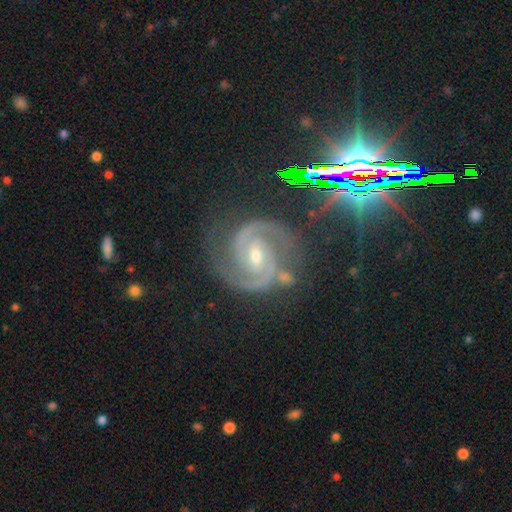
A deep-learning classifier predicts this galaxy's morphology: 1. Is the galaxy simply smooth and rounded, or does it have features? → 87% featured or disk, 10% star or artifact, 3% smooth.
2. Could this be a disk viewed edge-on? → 98% no, 2% yes.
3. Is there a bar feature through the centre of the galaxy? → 43% weak, 31% strong, 27% no.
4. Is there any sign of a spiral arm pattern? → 99% yes, 1% no.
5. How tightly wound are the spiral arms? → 47% tight (tied), 47% medium (tied), 6% loose.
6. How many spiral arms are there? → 88% 2, 5% 3, 2% can't tell, 1% 4, 1% 1, 1% more than 4.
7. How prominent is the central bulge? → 53% small, 44% moderate, 1% none, 1% large, 1% dominant.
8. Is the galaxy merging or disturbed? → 76% none, 15% minor disturbance, 6% major disturbance, 3% merger.